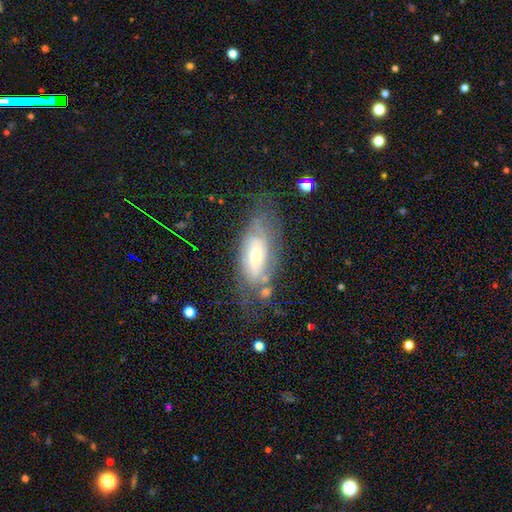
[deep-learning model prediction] Smooth or featured? featured or disk (61%)
Edge-on disk? no (85%)
Bar? no (58%)
Spiral arms? yes (70%)
Bulge size? moderate (55%)
Merging? none (53%)